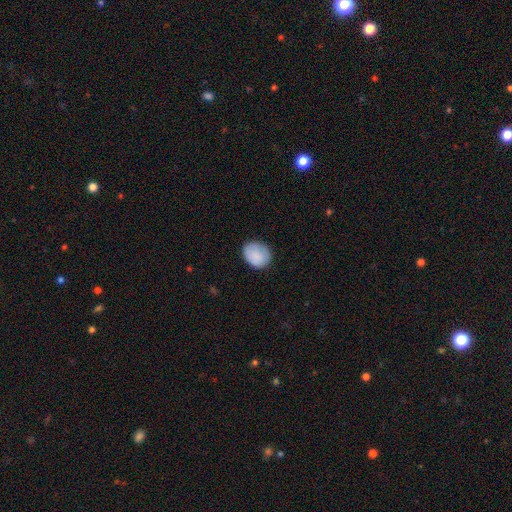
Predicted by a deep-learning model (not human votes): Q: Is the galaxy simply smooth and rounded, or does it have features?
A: smooth — 87%.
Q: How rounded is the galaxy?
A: round — 54%.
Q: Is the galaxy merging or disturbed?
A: none — 77%.